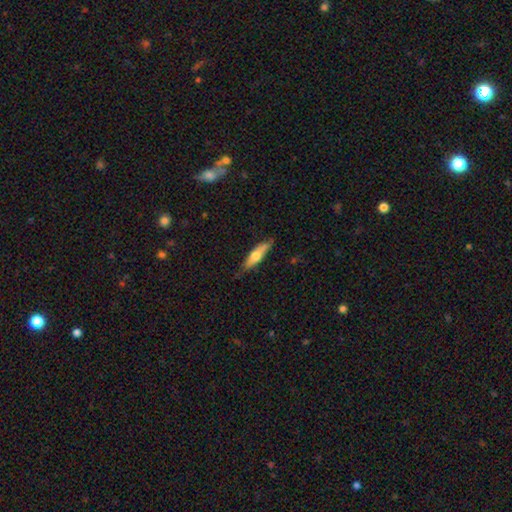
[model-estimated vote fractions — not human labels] Smooth or featured? smooth (51%)
How rounded? cigar-shaped (68%)
Merging? none (74%)